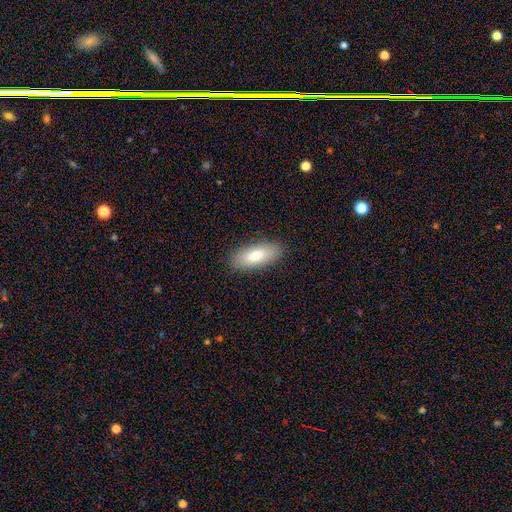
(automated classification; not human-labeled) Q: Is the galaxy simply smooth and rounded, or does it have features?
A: smooth — 79%.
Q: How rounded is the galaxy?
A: in between — 78%.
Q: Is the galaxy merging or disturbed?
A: none — 88%.